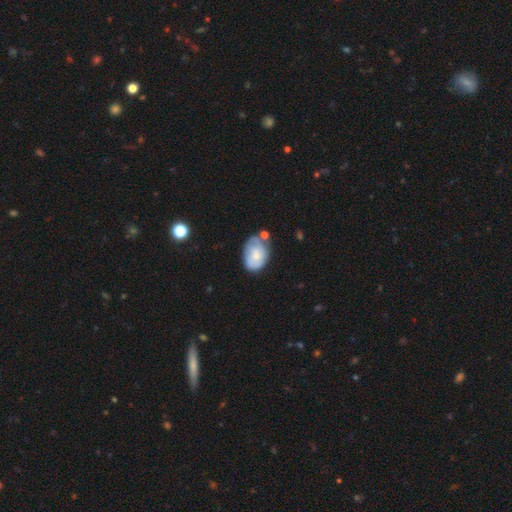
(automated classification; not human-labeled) Q: Smooth or featured?
A: smooth (56%); runner-up: featured or disk (37%)
Q: How rounded?
A: in between (82%); runner-up: round (17%)
Q: Merging?
A: none (44%); runner-up: minor disturbance (31%)